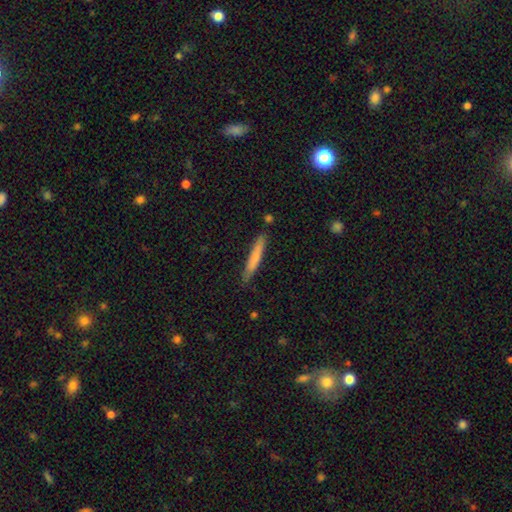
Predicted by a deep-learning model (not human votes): Smooth or featured?
  - smooth: 68% *
  - featured or disk: 26%
  - star or artifact: 6%
How rounded?
  - cigar-shaped: 95% *
  - in between: 4%
  - round: 1%
Merging?
  - none: 84% *
  - minor disturbance: 12%
  - merger: 2%
  - major disturbance: 2%